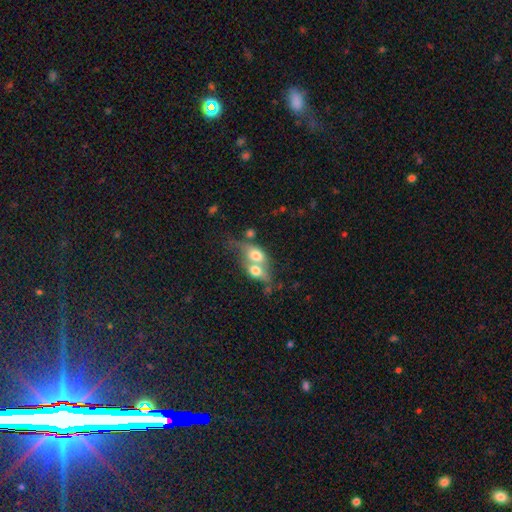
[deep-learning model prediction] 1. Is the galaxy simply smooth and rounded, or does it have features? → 64% smooth, 27% featured or disk, 9% star or artifact.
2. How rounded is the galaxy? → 64% in between, 29% round, 7% cigar-shaped.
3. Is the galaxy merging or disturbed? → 78% merger, 12% none, 5% major disturbance, 5% minor disturbance.